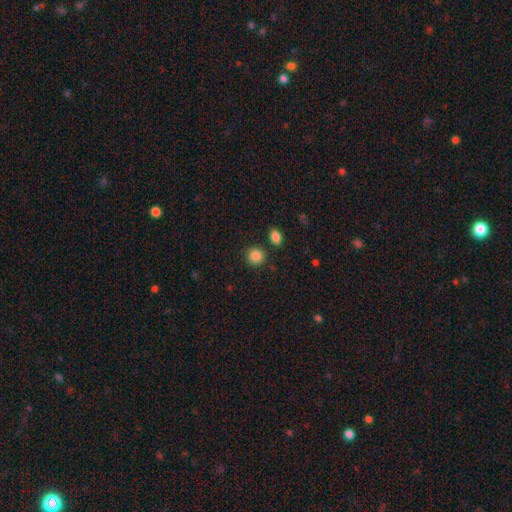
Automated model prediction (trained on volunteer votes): This is clearly a smooth galaxy (86%). How rounded: clearly round (87%). Merging: clearly none (85%).